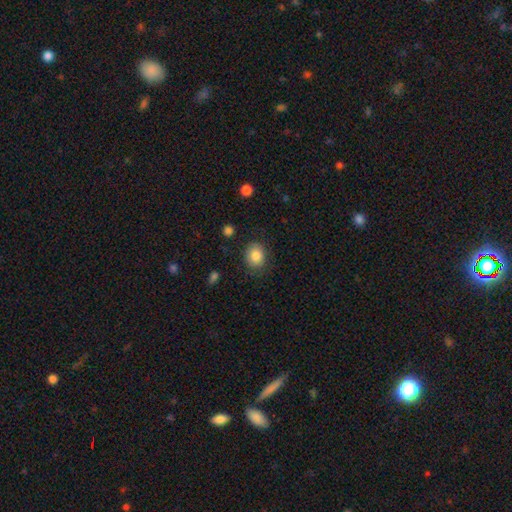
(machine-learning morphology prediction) Smooth or featured?
  - smooth: 85% *
  - star or artifact: 8%
  - featured or disk: 6%
How rounded?
  - round: 59% *
  - in between: 40%
  - cigar-shaped: 1%
Merging?
  - none: 81% *
  - minor disturbance: 14%
  - major disturbance: 4%
  - merger: 1%